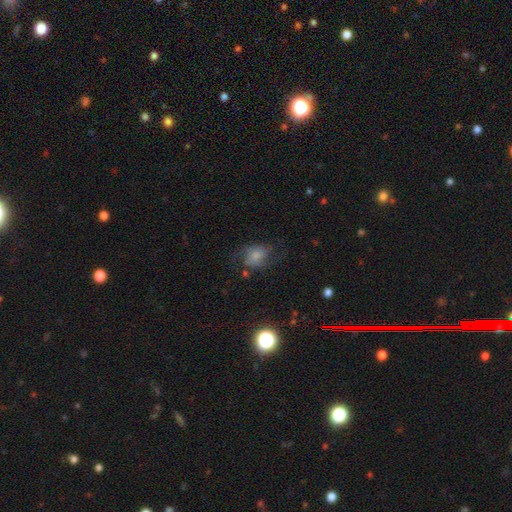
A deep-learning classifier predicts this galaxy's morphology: featured or disk 49%, smooth 40%, star or artifact 11%. Down the decision tree: merging — none (50%).